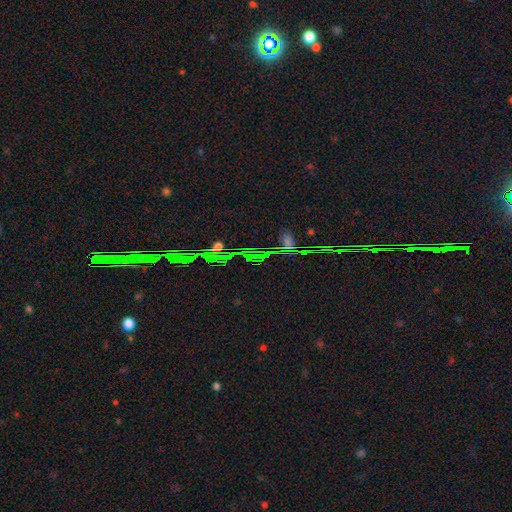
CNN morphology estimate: Smooth or featured? star or artifact (75%)